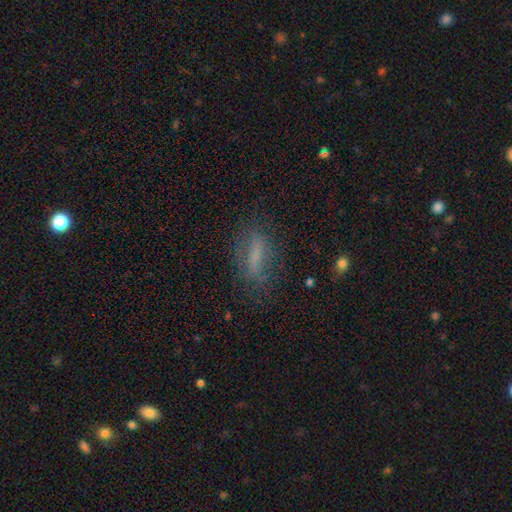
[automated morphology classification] Smooth or featured?
  - smooth: 54% *
  - featured or disk: 32%
  - star or artifact: 14%
How rounded?
  - cigar-shaped: 54% *
  - in between: 42%
  - round: 4%
Merging?
  - none: 73% *
  - minor disturbance: 17%
  - major disturbance: 9%
  - merger: 2%